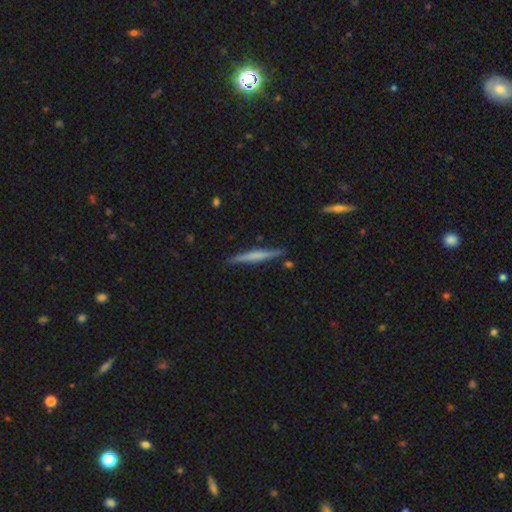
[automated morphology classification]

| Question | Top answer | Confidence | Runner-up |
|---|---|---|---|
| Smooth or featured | featured or disk | 50% | smooth (44%) |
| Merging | none | 88% | minor disturbance (9%) |